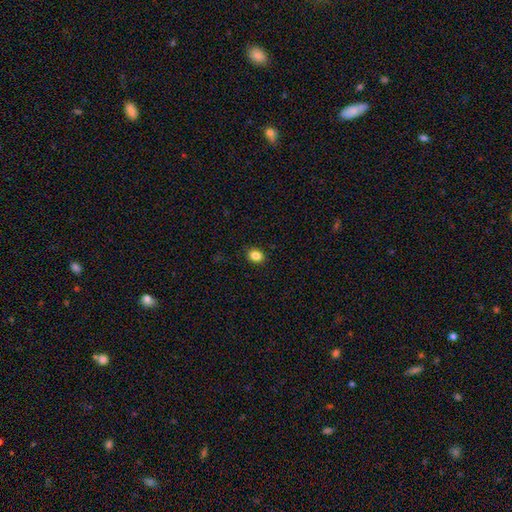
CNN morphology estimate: This appears to be a smooth galaxy with no disk features (85%) that is in between round and cigar-shaped (56%). Merging: none (90%).